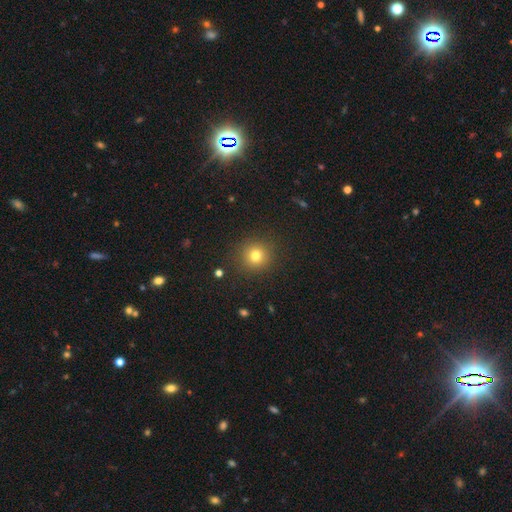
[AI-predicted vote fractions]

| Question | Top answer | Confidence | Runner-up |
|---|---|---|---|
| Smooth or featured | smooth | 78% | star or artifact (15%) |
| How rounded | round | 93% | in between (6%) |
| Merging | none | 89% | minor disturbance (7%) |